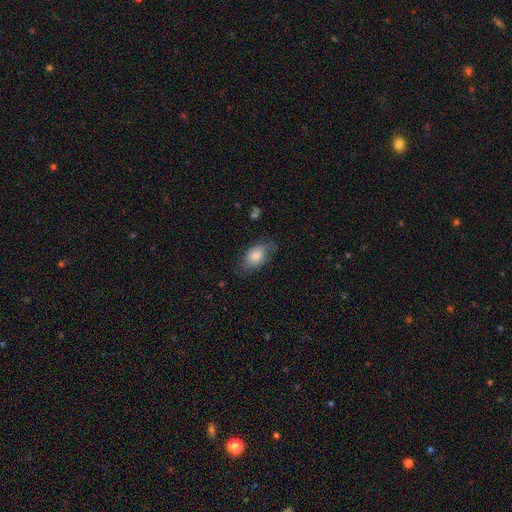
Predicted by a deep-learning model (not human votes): The model was most divided on "merging": none: 64%, minor disturbance: 25%, major disturbance: 10%, merger: 1%. More confident: how rounded — in between (88%); smooth or featured — smooth (75%).